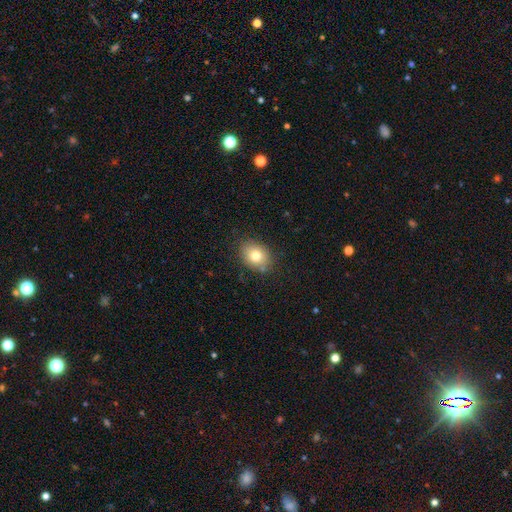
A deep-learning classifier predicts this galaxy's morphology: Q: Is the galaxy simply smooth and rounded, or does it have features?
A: smooth — 79%.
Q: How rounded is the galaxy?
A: in between — 63%.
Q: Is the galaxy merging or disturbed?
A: none — 82%.